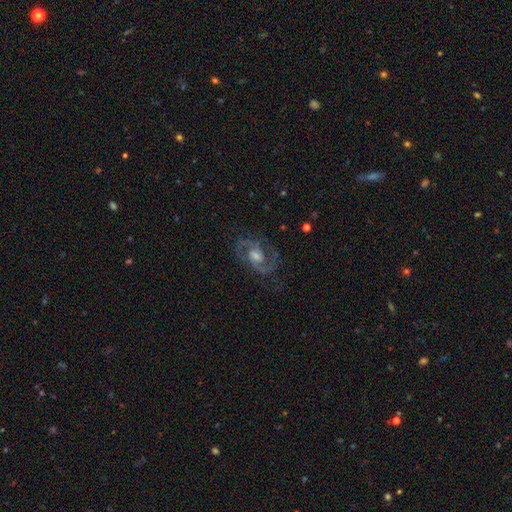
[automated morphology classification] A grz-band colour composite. It shows a featured or disk galaxy (90%) with a weak bar (45%), 2 (91%) medium (61%) spiral arms (98%) and a moderate central bulge (53%). Merging: none (80%).